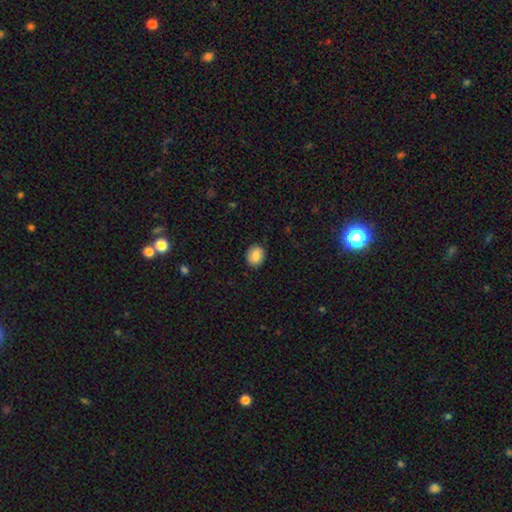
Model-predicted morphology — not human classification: The model was most divided on "how rounded": round: 67%, in between: 32%, cigar-shaped: 1%. More confident: merging — none (89%); smooth or featured — smooth (81%).